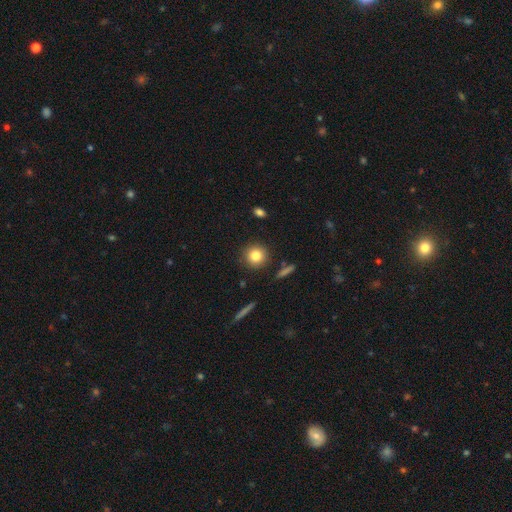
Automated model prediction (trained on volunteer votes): smooth 81%, star or artifact 10%, featured or disk 9%. Down the decision tree: how rounded — round (93%); merging — none (89%).